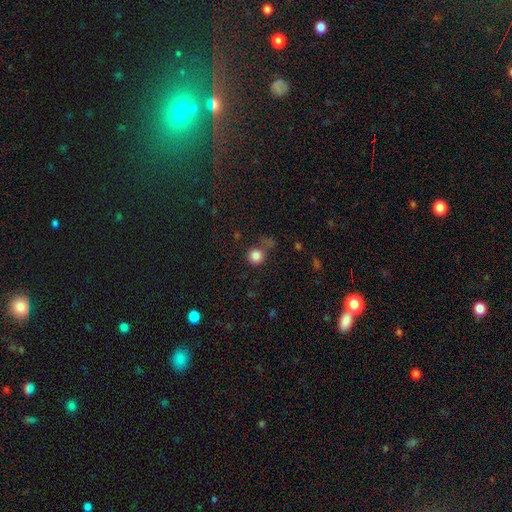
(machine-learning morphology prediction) type=smooth (83%); roundness=round (93%); merging=none (69%).